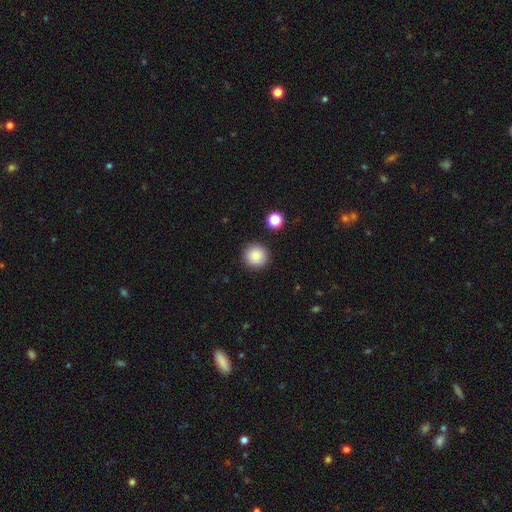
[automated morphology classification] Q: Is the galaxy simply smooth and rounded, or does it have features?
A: smooth — 84%.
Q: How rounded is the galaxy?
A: round — 94%.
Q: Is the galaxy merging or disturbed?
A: none — 89%.